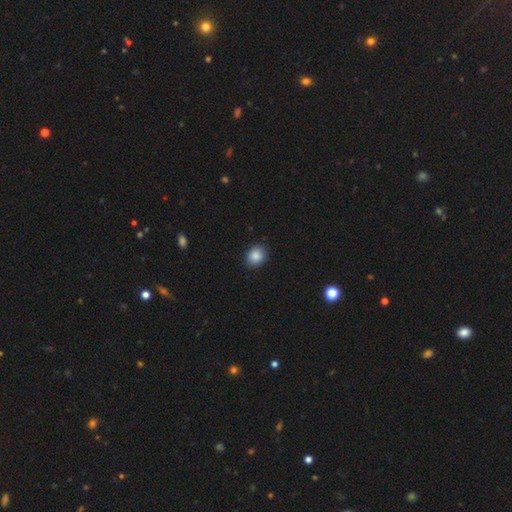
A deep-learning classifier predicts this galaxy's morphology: A smooth galaxy with no disk features (87%) that is round (61%).

Vote fractions:
- Smooth or featured? smooth: 87% / star or artifact: 8% / featured or disk: 5%
- How rounded? round: 61% / in between: 38% / cigar-shaped: 1%
- Merging? none: 88% / minor disturbance: 9% / major disturbance: 2% / merger: 1%